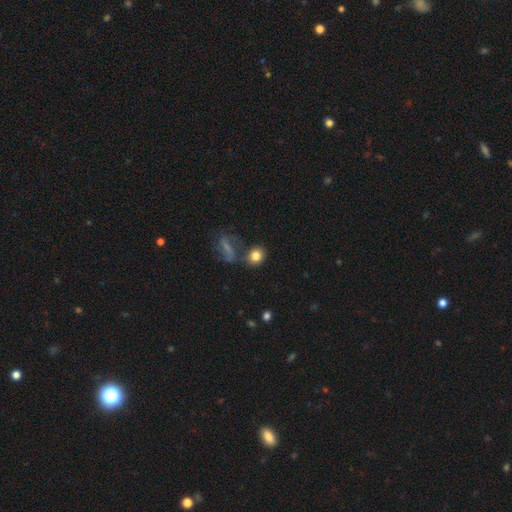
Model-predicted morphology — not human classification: Smooth or featured?
  - smooth: 80% *
  - star or artifact: 11%
  - featured or disk: 10%
How rounded?
  - round: 76% *
  - in between: 22%
  - cigar-shaped: 2%
Merging?
  - none: 62% *
  - merger: 19%
  - minor disturbance: 13%
  - major disturbance: 6%